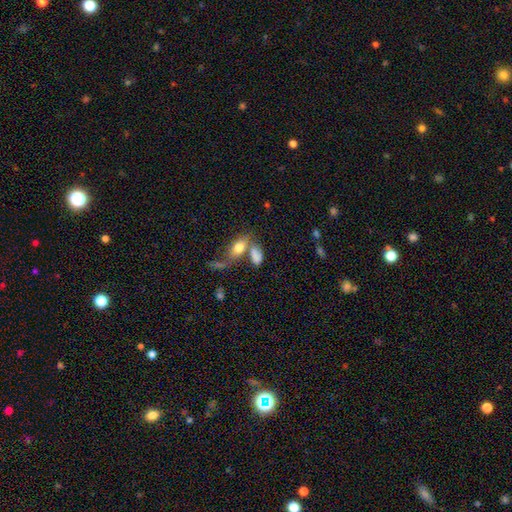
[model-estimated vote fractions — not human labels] smooth_or_featured: smooth (p=0.77) [alt: featured or disk p=0.13]
how_rounded: in between (p=0.85) [alt: round p=0.08]
merging: merger (p=0.44) [alt: none p=0.34]